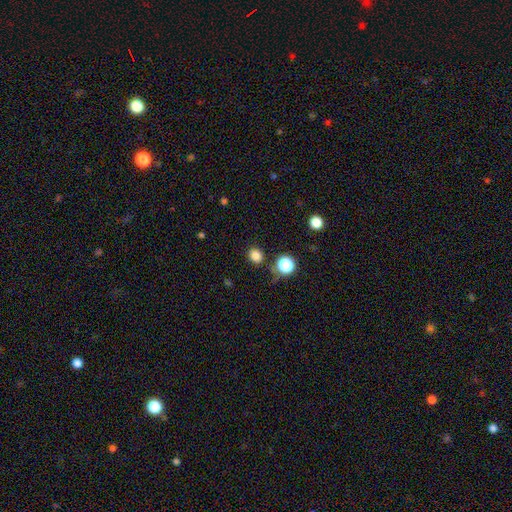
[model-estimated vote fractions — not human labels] Q: Smooth or featured?
A: smooth (82%); runner-up: star or artifact (14%)
Q: How rounded?
A: round (74%); runner-up: in between (26%)
Q: Merging?
A: none (84%); runner-up: minor disturbance (9%)